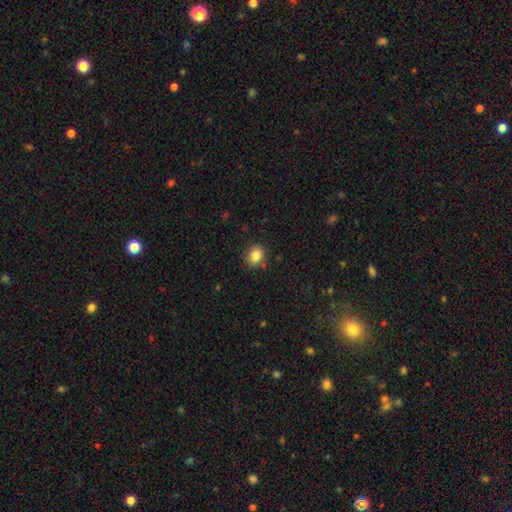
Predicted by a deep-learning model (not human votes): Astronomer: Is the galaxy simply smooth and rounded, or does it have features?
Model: smooth — 84%.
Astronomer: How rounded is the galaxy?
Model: round — 63%.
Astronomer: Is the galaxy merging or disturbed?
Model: none — 85%.